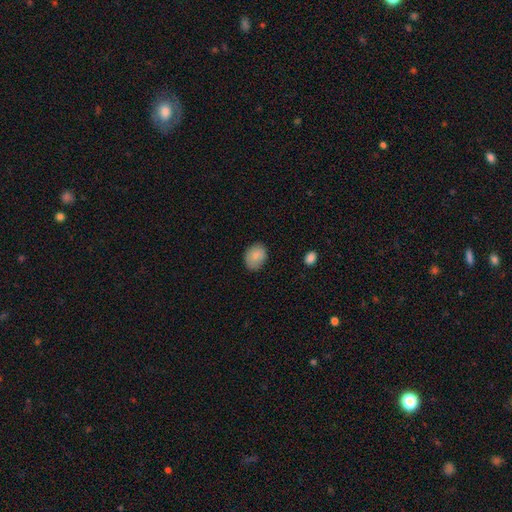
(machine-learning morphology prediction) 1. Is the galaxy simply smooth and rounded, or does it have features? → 86% smooth, 8% star or artifact, 7% featured or disk.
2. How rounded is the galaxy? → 61% in between, 38% round, 1% cigar-shaped.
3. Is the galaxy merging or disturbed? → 78% none, 17% minor disturbance, 3% major disturbance, 1% merger.